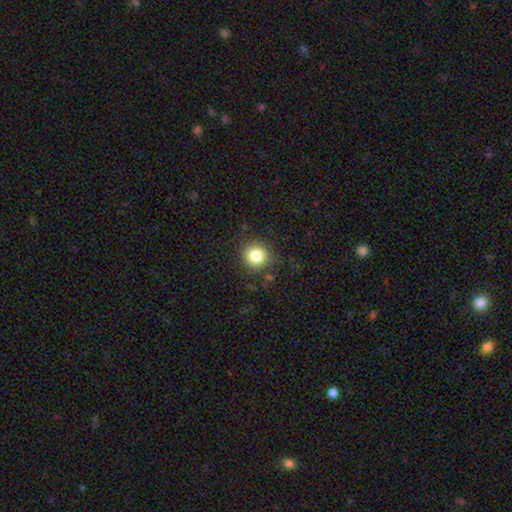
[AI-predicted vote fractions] Morphology: type=smooth (82%); roundness=round (92%); merging=none (86%).